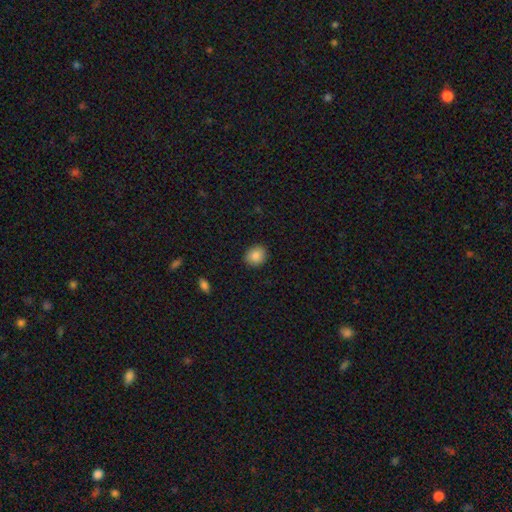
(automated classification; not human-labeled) Smooth or featured?
  - smooth: 87% *
  - star or artifact: 9%
  - featured or disk: 5%
How rounded?
  - round: 61% *
  - in between: 38%
  - cigar-shaped: 1%
Merging?
  - none: 89% *
  - minor disturbance: 8%
  - major disturbance: 2%
  - merger: 1%